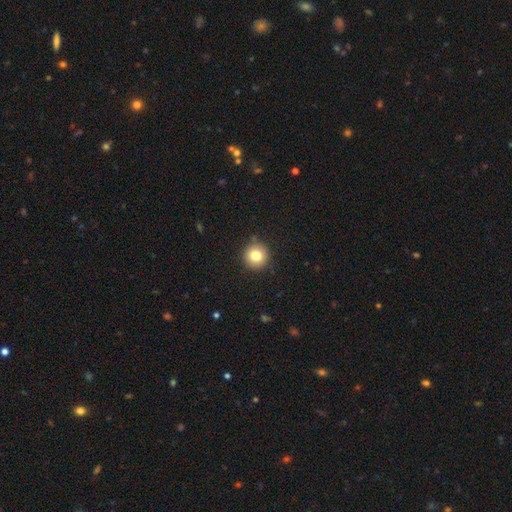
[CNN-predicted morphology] This appears to be a smooth galaxy with no disk features (82%) that is round (94%). Merging: none (89%).